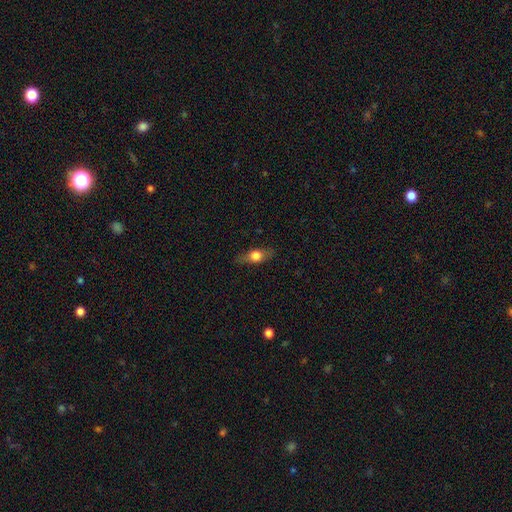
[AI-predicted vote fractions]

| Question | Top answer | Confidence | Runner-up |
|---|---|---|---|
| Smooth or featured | smooth | 55% | featured or disk (37%) |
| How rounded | in between | 58% | cigar-shaped (30%) |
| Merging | none | 81% | minor disturbance (14%) |